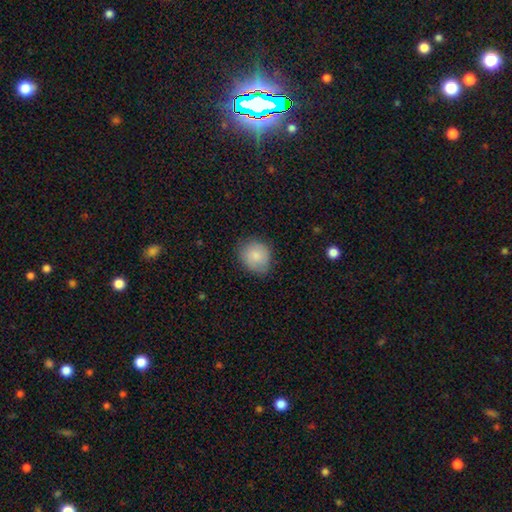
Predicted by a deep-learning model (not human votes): The model was most divided on "how rounded": round: 73%, in between: 26%, cigar-shaped: 1%. More confident: smooth or featured — smooth (82%); merging — none (73%).